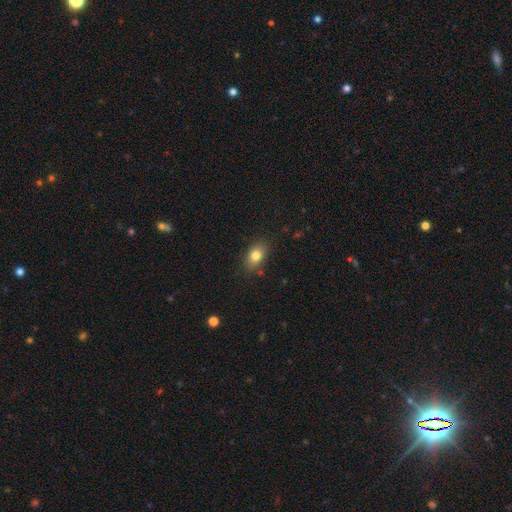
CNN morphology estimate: type=smooth (80%); roundness=in between (79%); merging=none (82%).